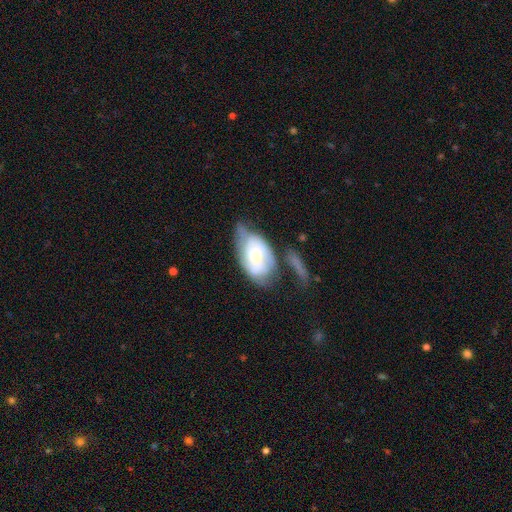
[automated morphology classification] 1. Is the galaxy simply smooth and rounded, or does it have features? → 59% featured or disk, 34% smooth, 6% star or artifact.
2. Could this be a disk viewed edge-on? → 93% no, 7% yes.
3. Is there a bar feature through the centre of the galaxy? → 61% no, 30% weak, 8% strong.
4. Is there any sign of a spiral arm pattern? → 73% yes, 27% no.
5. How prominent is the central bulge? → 46% moderate, 44% small, 7% large, 2% none, 2% dominant.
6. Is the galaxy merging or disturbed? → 32% minor disturbance, 31% none, 24% major disturbance, 14% merger.